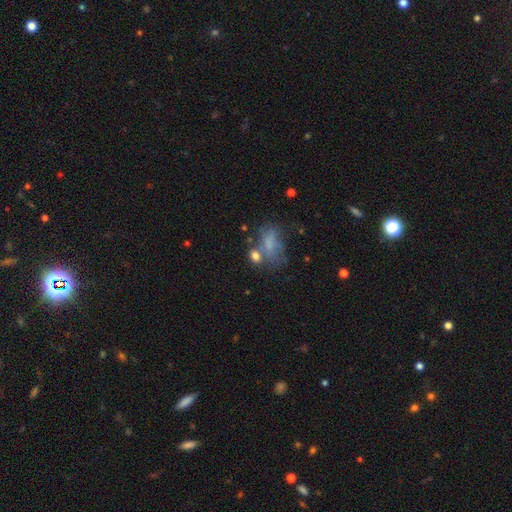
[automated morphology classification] smooth-or-featured: smooth: 65% | featured or disk: 20% | star or artifact: 14%
  how-rounded: in between: 73% | round: 24% | cigar-shaped: 3%
  merging: none: 41% | merger: 25% | minor disturbance: 18% | major disturbance: 16%